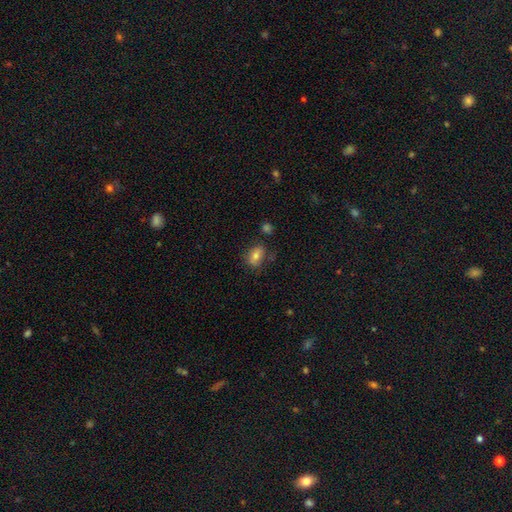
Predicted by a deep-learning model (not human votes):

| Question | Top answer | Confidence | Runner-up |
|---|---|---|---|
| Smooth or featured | smooth | 75% | featured or disk (15%) |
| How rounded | in between | 77% | round (21%) |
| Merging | none | 71% | minor disturbance (18%) |